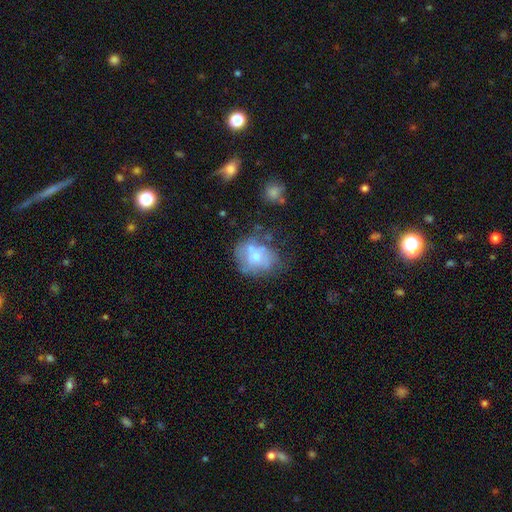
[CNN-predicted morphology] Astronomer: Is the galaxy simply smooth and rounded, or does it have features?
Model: smooth — 47% (runner-up: featured or disk, 44%).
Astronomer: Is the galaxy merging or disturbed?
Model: none — 39% (runner-up: minor disturbance, 26%).